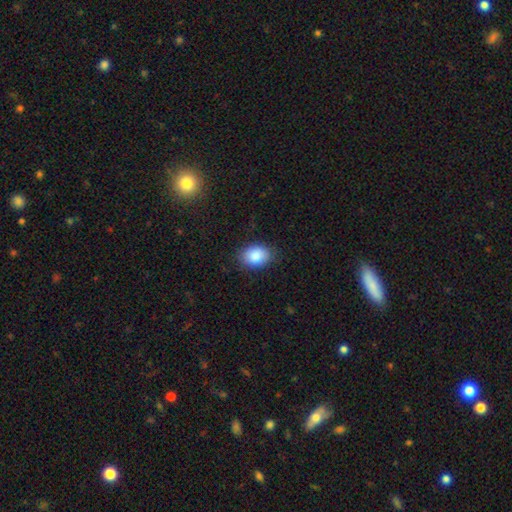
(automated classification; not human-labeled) A smooth galaxy with no disk features (87%) that is in between round and cigar-shaped (72%). Merging: none (85%).